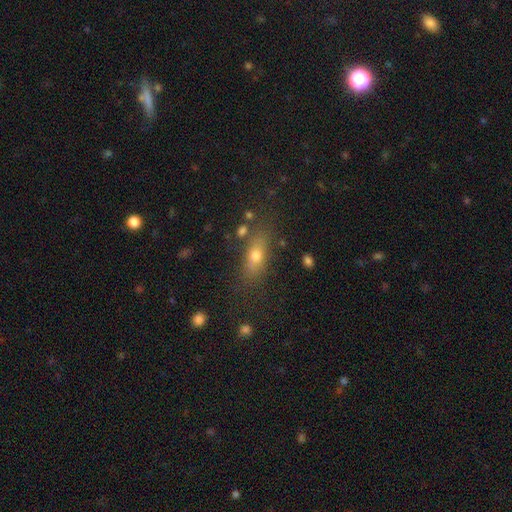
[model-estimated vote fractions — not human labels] Smooth or featured?
  - smooth: 65% *
  - featured or disk: 23%
  - star or artifact: 12%
How rounded?
  - in between: 63% *
  - cigar-shaped: 28%
  - round: 9%
Merging?
  - none: 72% *
  - minor disturbance: 16%
  - major disturbance: 6%
  - merger: 6%